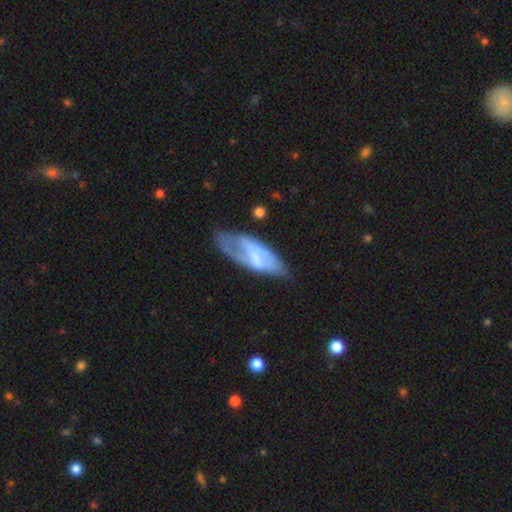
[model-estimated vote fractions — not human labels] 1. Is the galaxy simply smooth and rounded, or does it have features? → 58% featured or disk, 35% smooth, 7% star or artifact.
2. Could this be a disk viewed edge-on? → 82% no, 18% yes.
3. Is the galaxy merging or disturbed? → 48% none, 30% minor disturbance, 19% major disturbance, 4% merger.